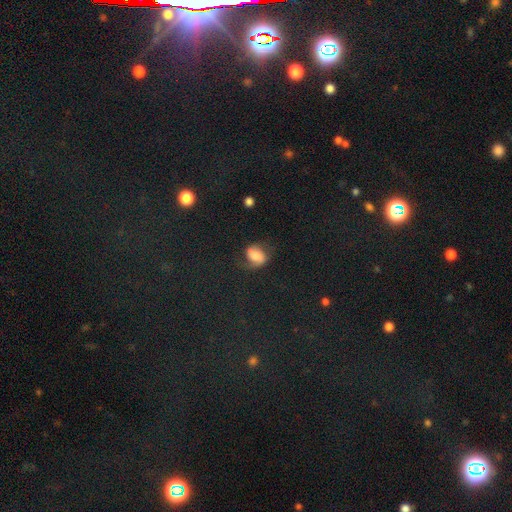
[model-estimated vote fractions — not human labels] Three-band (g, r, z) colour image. It shows a smooth galaxy with no disk features (50%). Merging: none (58%).